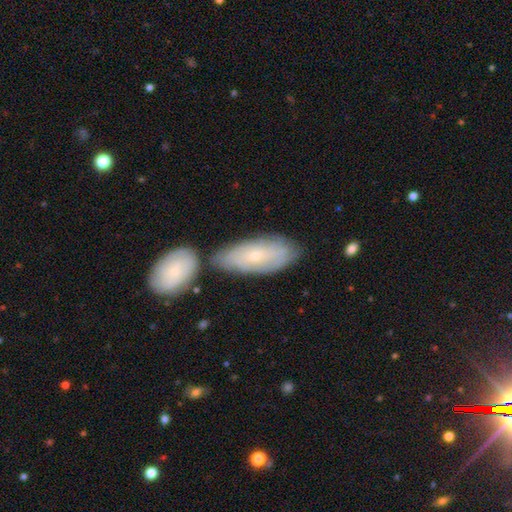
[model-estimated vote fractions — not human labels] A smooth galaxy with no disk features (50%).

Vote fractions:
- Smooth or featured? smooth: 50% / featured or disk: 44% / star or artifact: 6%
- Merging? none: 60% / merger: 20% / minor disturbance: 17% / major disturbance: 4%